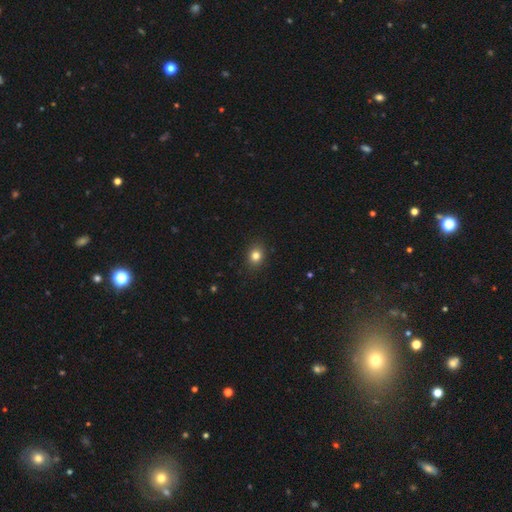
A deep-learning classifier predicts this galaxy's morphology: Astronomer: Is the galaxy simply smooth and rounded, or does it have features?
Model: smooth — 81%.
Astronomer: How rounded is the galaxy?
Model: round — 59% (runner-up: in between, 40%).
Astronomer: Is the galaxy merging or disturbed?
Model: none — 89%.